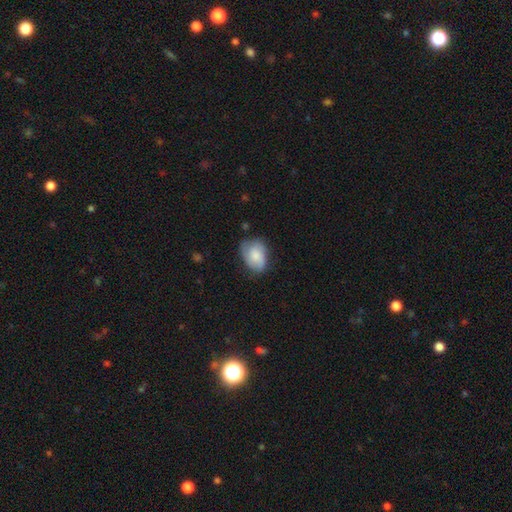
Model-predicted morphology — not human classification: type=smooth (70%); roundness=in between (75%); merging=none (57%).